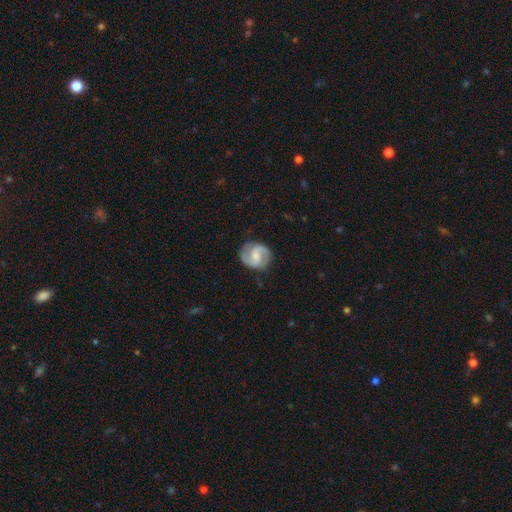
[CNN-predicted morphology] This appears to be a featured or disk galaxy (80%) with a weak bar (53%), 2 (92%) medium (54%) spiral arms (96%) and a moderate central bulge (40%). Merging: none (82%).